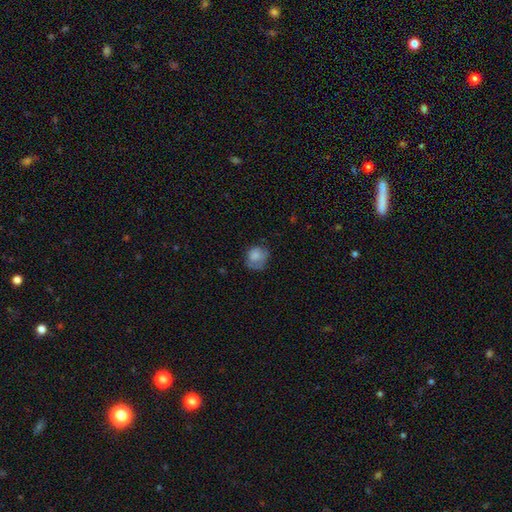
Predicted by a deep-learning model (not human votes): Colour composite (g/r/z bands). It shows a smooth galaxy with no disk features (78%) that is round (72%). Merging: none (56%).